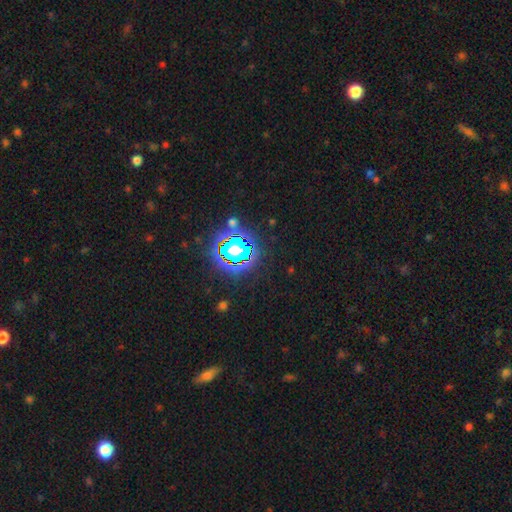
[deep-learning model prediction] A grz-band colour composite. It shows a star or artifact, not a galaxy (79%).